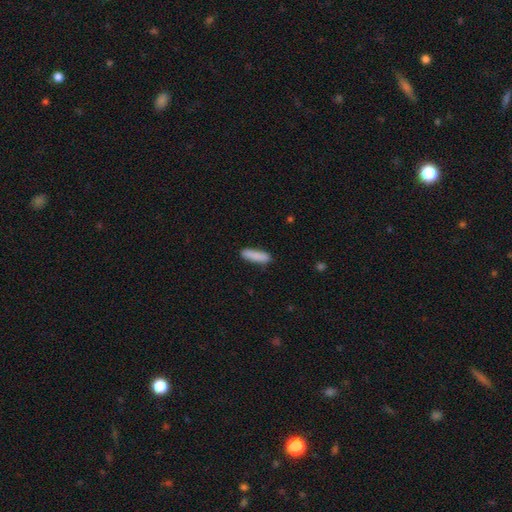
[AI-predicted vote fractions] Smooth or featured?
  - smooth: 88% *
  - featured or disk: 6%
  - star or artifact: 6%
How rounded?
  - cigar-shaped: 62% *
  - in between: 36%
  - round: 2%
Merging?
  - none: 85% *
  - minor disturbance: 11%
  - major disturbance: 2%
  - merger: 2%